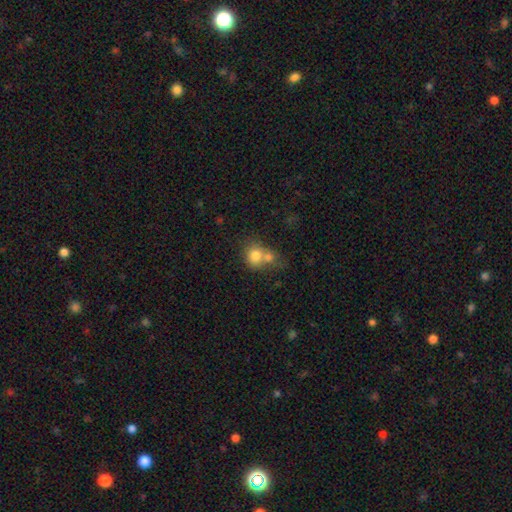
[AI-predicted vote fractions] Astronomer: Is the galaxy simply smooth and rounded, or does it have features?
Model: smooth — 76%.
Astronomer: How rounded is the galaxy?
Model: round — 74%.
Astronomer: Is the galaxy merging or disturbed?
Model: merger — 59%.